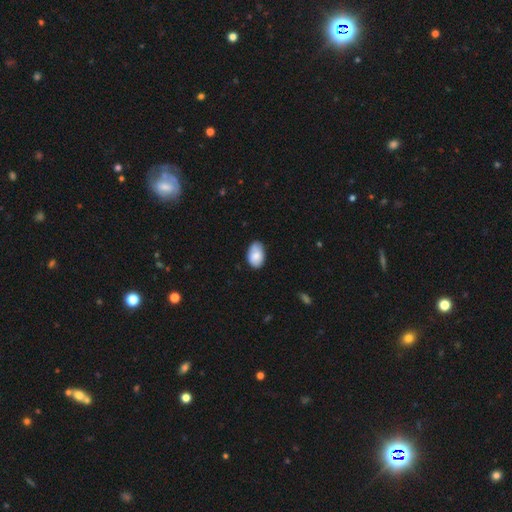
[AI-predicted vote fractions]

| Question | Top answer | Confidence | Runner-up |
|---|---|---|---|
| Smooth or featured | smooth | 82% | featured or disk (12%) |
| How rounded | in between | 90% | round (8%) |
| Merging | none | 70% | minor disturbance (25%) |